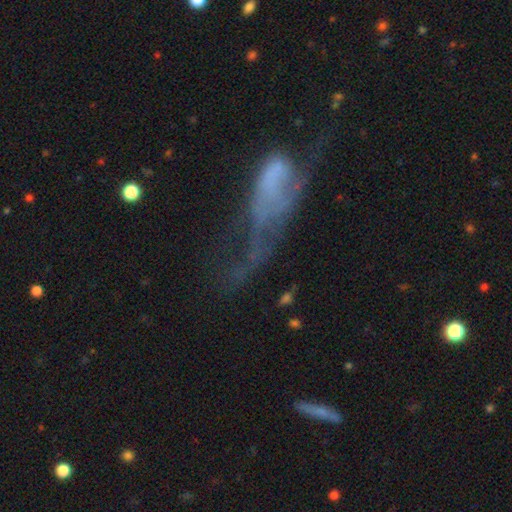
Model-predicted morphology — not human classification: Overall: featured or disk (48%; smooth 35%). Merging: major disturbance (58%).